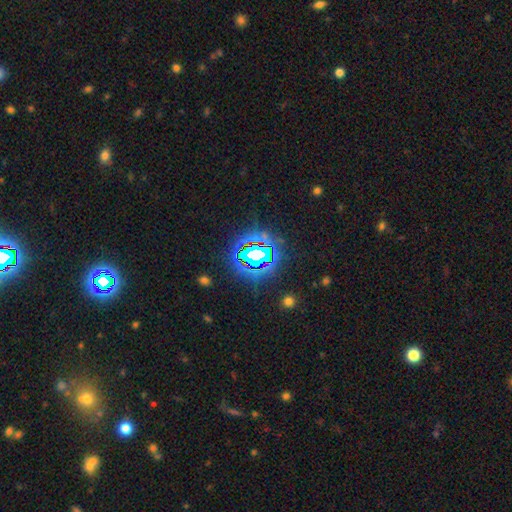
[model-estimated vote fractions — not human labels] This is likely a star or artifact rather than a galaxy (74%).